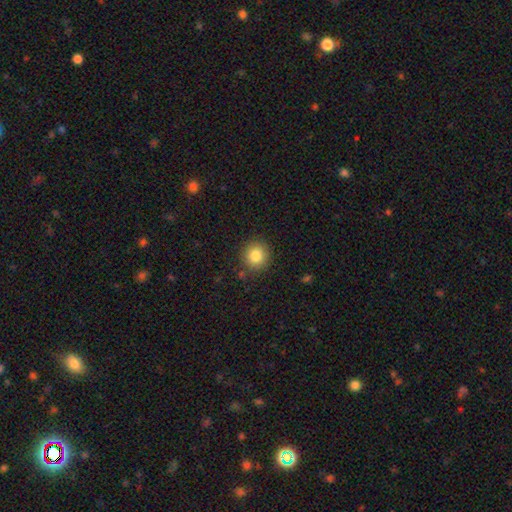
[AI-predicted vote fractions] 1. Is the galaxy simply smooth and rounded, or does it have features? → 83% smooth, 11% star or artifact, 7% featured or disk.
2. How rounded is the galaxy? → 92% round, 8% in between, 1% cigar-shaped.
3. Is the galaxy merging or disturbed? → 88% none, 7% minor disturbance, 2% major disturbance, 2% merger.